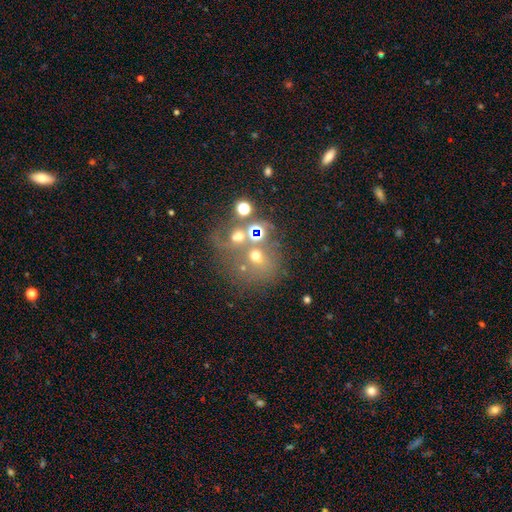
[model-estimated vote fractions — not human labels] smooth 50%, star or artifact 31%, featured or disk 19%. Down the decision tree: merging — none (44%).